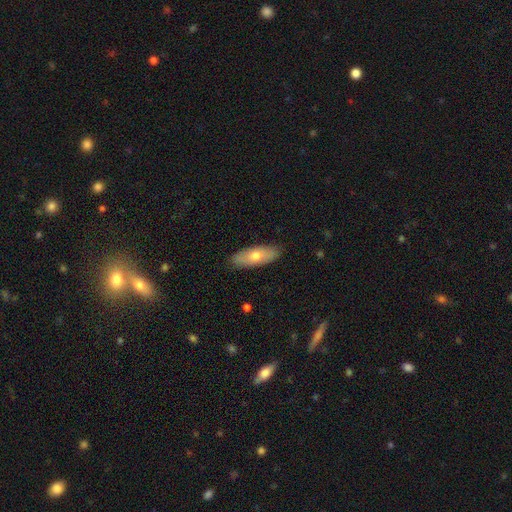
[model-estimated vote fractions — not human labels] smooth 66%, featured or disk 28%, star or artifact 6%. Down the decision tree: how rounded — in between (69%); merging — none (88%).